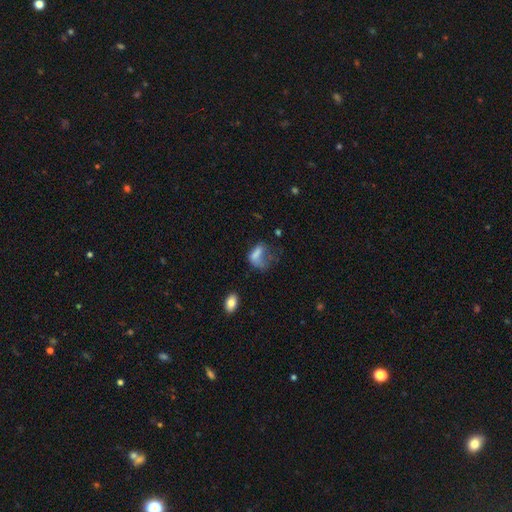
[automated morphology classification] Smooth or featured? smooth (63%)
How rounded? in between (78%)
Merging? major disturbance (53%)